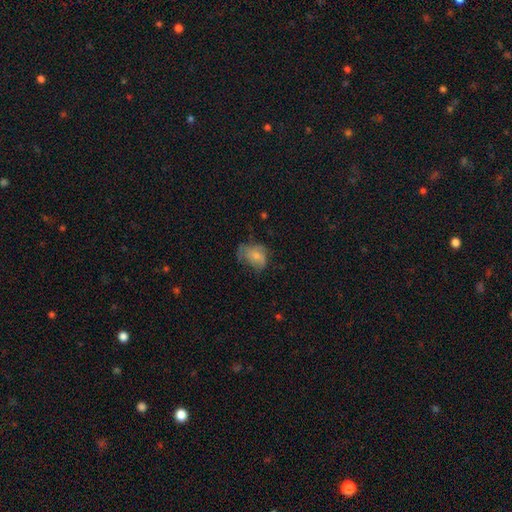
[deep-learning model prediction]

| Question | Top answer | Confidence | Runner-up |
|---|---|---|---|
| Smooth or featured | smooth | 58% | featured or disk (33%) |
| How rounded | in between | 68% | round (31%) |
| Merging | none | 34% | minor disturbance (33%) |